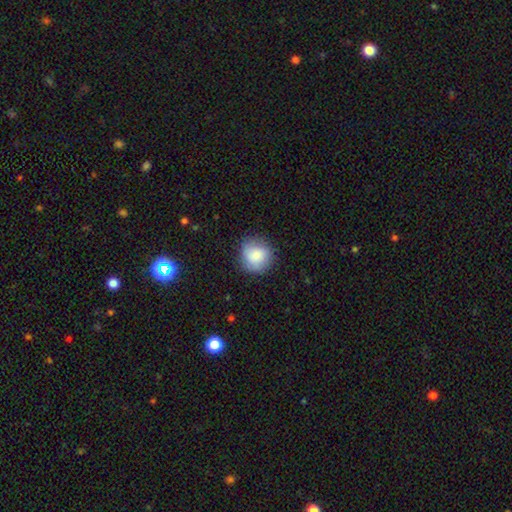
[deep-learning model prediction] This appears to be a smooth galaxy with no disk features (81%) that is round (89%). Merging: none (81%).